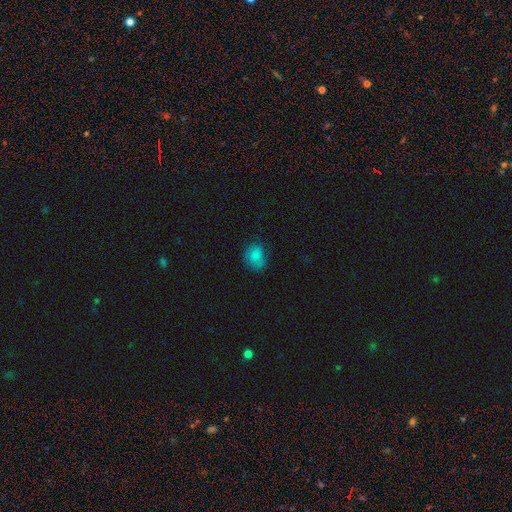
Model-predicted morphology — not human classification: A smooth galaxy with no disk features (79%) that is round (51%).

Vote fractions:
- Smooth or featured? smooth: 79% / star or artifact: 12% / featured or disk: 10%
- How rounded? round: 51% / in between: 48% / cigar-shaped: 1%
- Merging? none: 61% / minor disturbance: 27% / major disturbance: 10% / merger: 2%